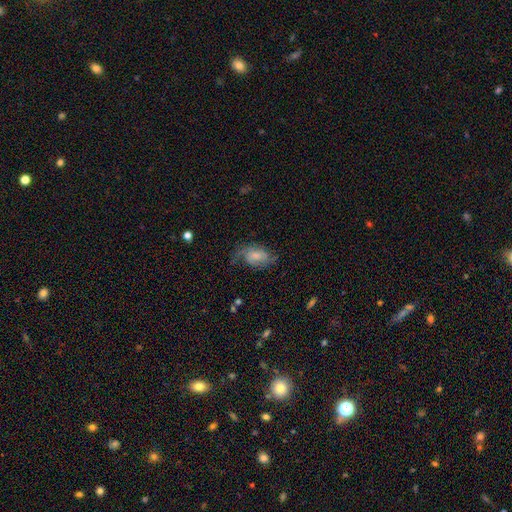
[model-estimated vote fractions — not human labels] A featured or disk galaxy (60%) with no bar (60%), spiral arms (87%) and a small central bulge (39%).

Vote fractions:
- Smooth or featured? featured or disk: 60% / smooth: 32% / star or artifact: 8%
- Edge-on disk? no: 96% / yes: 4%
- Bar? no: 60% / weak: 34% / strong: 6%
- Spiral arms? yes: 87% / no: 13%
- Bulge size? small: 39% / moderate: 32% / none: 18% / large: 9% / dominant: 2%
- Merging? none: 46% / major disturbance: 27% / minor disturbance: 25% / merger: 2%